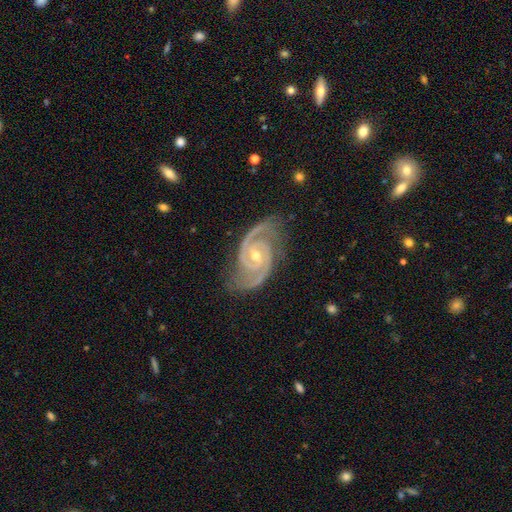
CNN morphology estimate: type=featured or disk (94%); edge-on=no (98%); bar=no (57%); spiral arms=yes (99%); winding=tight (54%); arm count=2 (87%); bulge=small (49%); merging=none (79%).